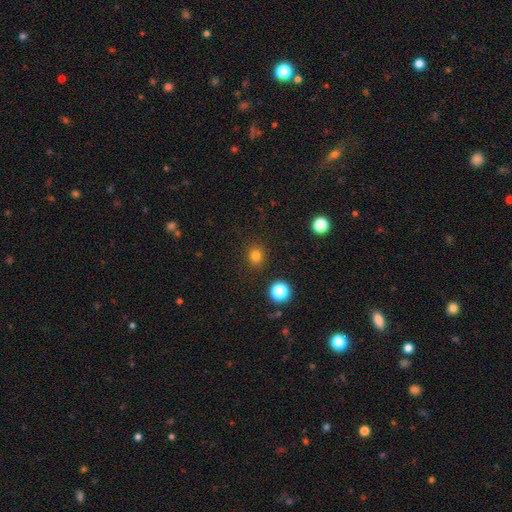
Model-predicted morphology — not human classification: Q: Smooth or featured?
A: smooth (79%); runner-up: star or artifact (16%)
Q: How rounded?
A: round (85%); runner-up: in between (15%)
Q: Merging?
A: none (89%); runner-up: minor disturbance (7%)